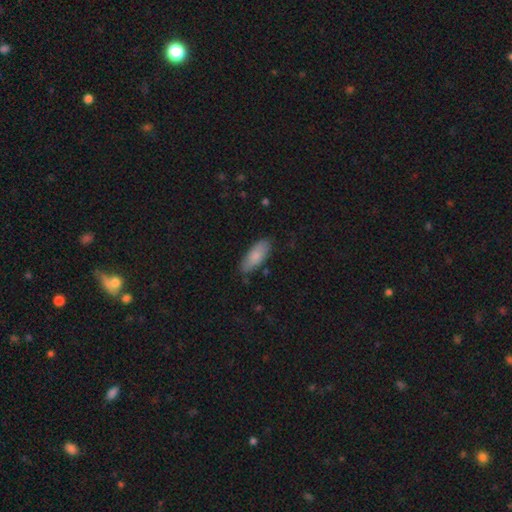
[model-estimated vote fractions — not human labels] Smooth or featured? Predicted: smooth (p=0.82). How rounded? Predicted: in between (p=0.77). Merging? Predicted: none (p=0.83).